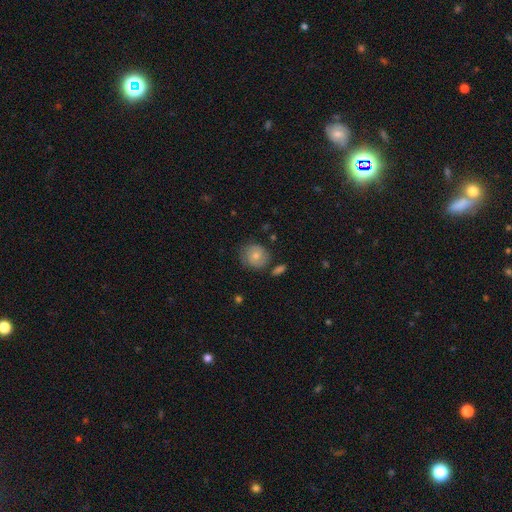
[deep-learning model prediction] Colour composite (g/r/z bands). It shows a smooth galaxy with no disk features (66%) that is round (85%). Merging: none (72%).